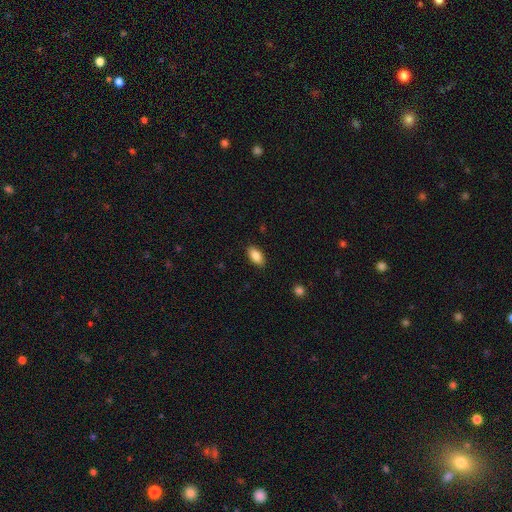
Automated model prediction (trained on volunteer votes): A smooth galaxy with no disk features (87%) that is in between round and cigar-shaped (91%). Merging: none (88%).